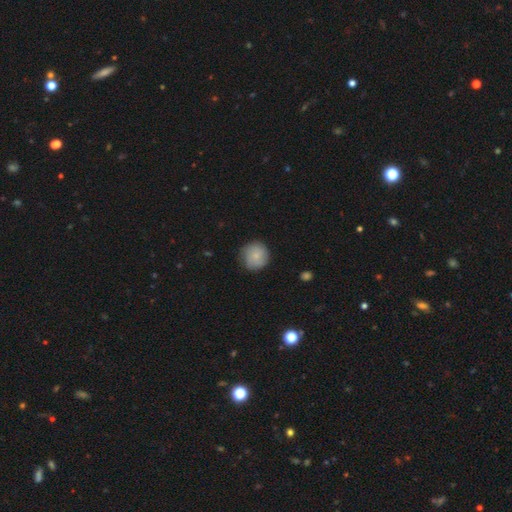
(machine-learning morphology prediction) A smooth galaxy with no disk features (78%) that is round (91%).

Vote fractions:
- Smooth or featured? smooth: 78% / featured or disk: 15% / star or artifact: 7%
- How rounded? round: 91% / in between: 8% / cigar-shaped: 1%
- Merging? none: 80% / minor disturbance: 16% / major disturbance: 3% / merger: 1%